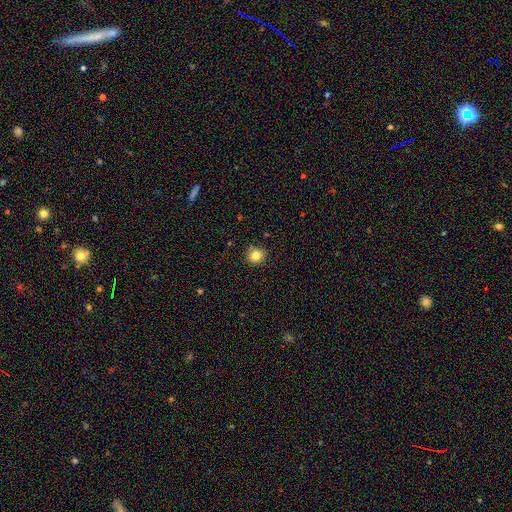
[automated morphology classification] Smooth or featured? smooth (82%)
How rounded? round (91%)
Merging? none (88%)